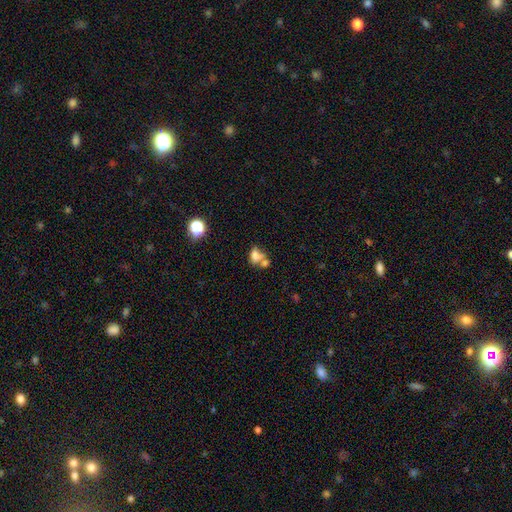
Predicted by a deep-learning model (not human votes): A smooth galaxy with no disk features (65%) that is in between round and cigar-shaped (71%). Merging: merger (53%).